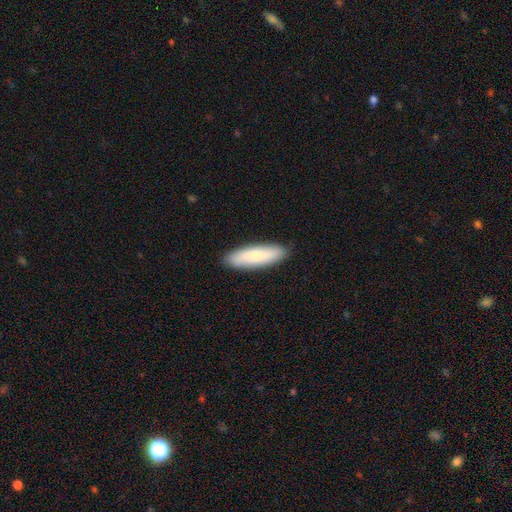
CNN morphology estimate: smooth 80%, featured or disk 14%, star or artifact 5%. Down the decision tree: how rounded — cigar-shaped (60%); merging — none (90%).